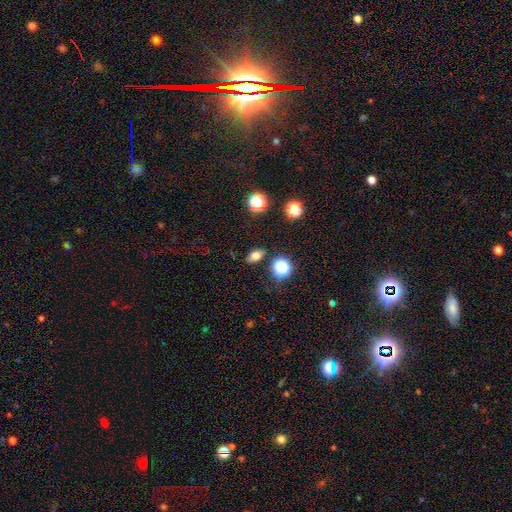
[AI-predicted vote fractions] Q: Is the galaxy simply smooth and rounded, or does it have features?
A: smooth — 73%.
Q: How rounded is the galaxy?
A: in between — 79%.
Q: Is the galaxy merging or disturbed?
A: none — 85%.